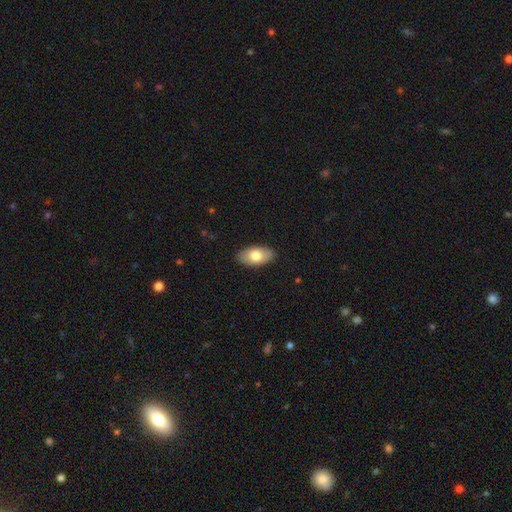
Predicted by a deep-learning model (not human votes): The model was most divided on "smooth or featured": smooth: 76%, featured or disk: 18%, star or artifact: 6%. More confident: how rounded — in between (94%); merging — none (88%).